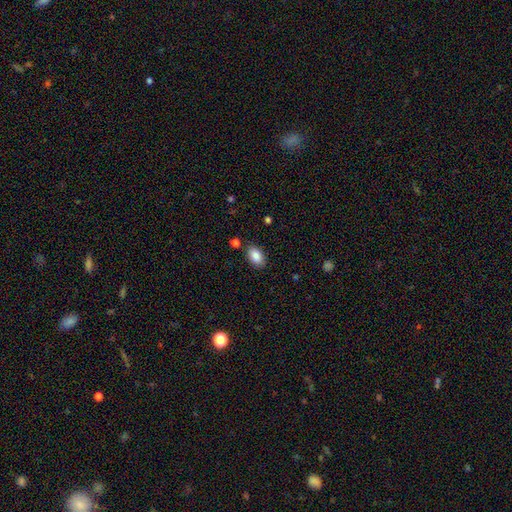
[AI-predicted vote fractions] A smooth galaxy with no disk features (87%) that is in between round and cigar-shaped (91%).

Vote fractions:
- Smooth or featured? smooth: 87% / star or artifact: 8% / featured or disk: 5%
- How rounded? in between: 91% / round: 7% / cigar-shaped: 2%
- Merging? none: 83% / minor disturbance: 11% / merger: 3% / major disturbance: 3%